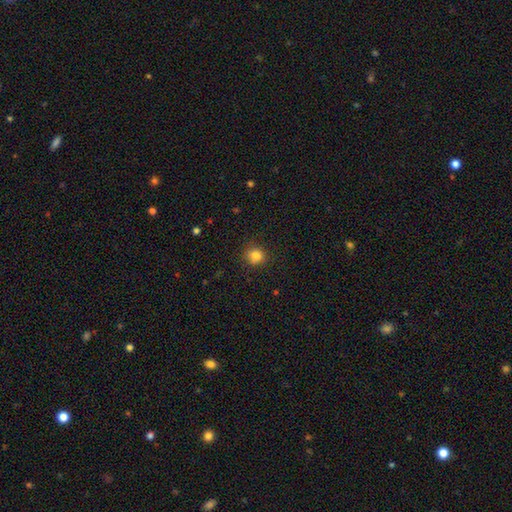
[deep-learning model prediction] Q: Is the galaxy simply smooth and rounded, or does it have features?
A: smooth — 84%.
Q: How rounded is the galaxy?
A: round — 84%.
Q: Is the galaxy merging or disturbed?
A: none — 84%.